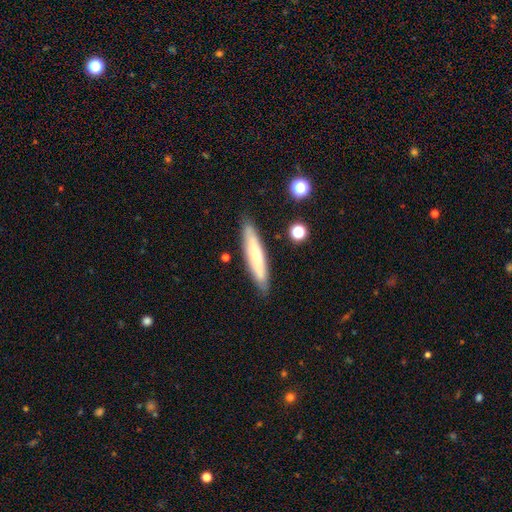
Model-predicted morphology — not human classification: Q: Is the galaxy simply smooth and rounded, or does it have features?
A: smooth — 51%.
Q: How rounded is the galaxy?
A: cigar-shaped — 85%.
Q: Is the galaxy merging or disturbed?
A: none — 86%.